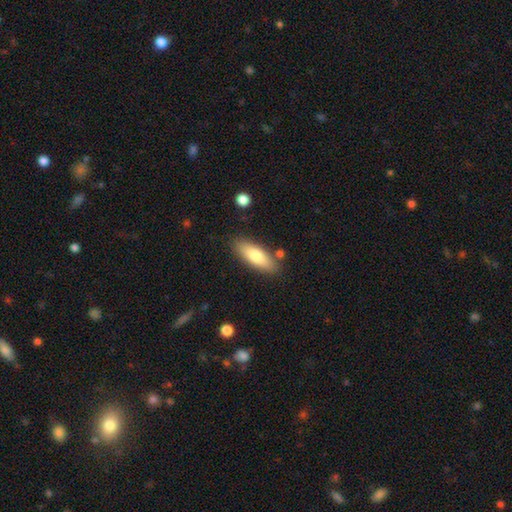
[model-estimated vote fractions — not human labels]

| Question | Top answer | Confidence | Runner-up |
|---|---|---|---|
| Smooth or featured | smooth | 77% | featured or disk (17%) |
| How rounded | in between | 63% | cigar-shaped (35%) |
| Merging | none | 83% | minor disturbance (11%) |